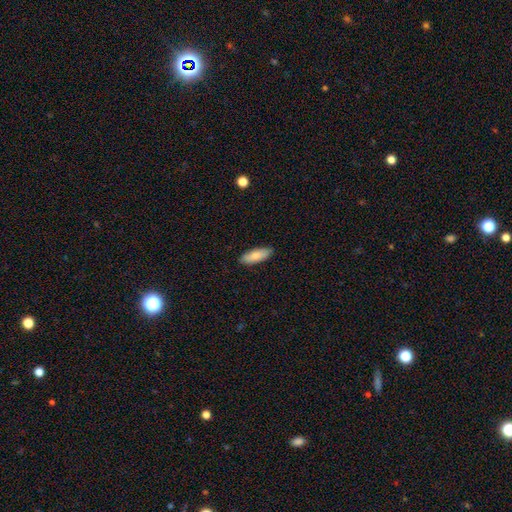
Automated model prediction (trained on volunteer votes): The model was most divided on "how rounded": in between: 69%, cigar-shaped: 29%, round: 2%. More confident: merging — none (88%); smooth or featured — smooth (80%).